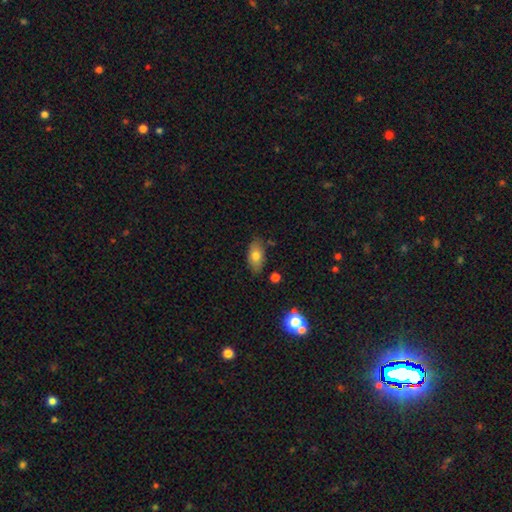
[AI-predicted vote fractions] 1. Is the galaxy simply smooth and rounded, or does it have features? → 74% smooth, 17% featured or disk, 8% star or artifact.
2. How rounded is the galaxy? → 90% in between, 6% round, 4% cigar-shaped.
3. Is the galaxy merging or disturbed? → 81% none, 14% minor disturbance, 3% merger, 3% major disturbance.